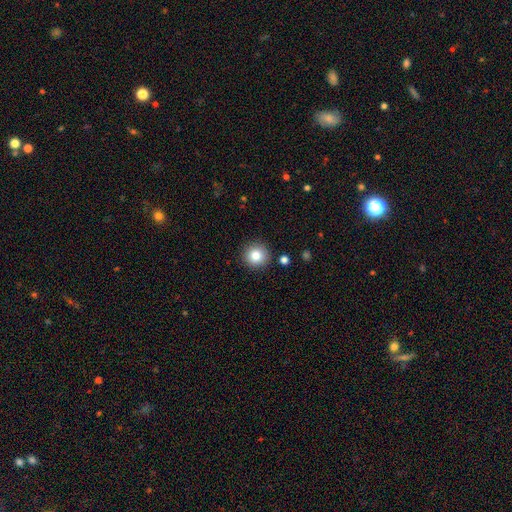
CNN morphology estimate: This is clearly a smooth galaxy (83%). How rounded: clearly round (94%). Merging: clearly none (90%).